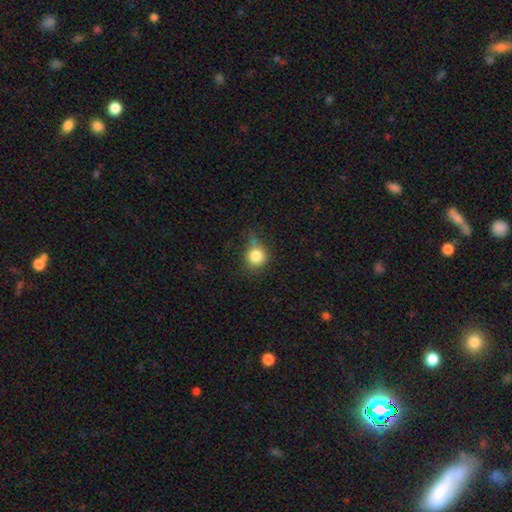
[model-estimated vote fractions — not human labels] Smooth or featured? Predicted: smooth (p=0.81). How rounded? Predicted: round (p=0.86). Merging? Predicted: none (p=0.51).